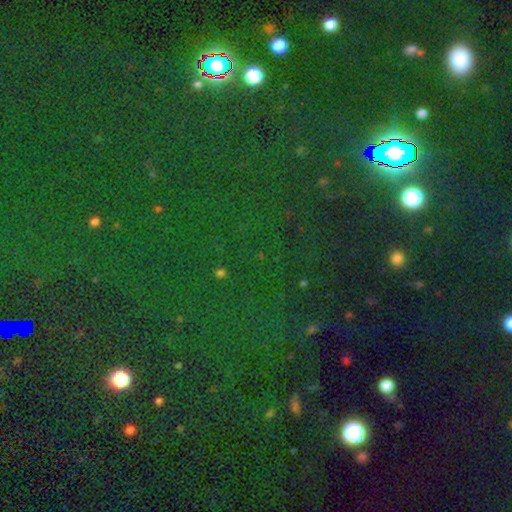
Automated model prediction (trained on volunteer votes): smooth-or-featured: star or artifact: 77% | smooth: 16% | featured or disk: 8%